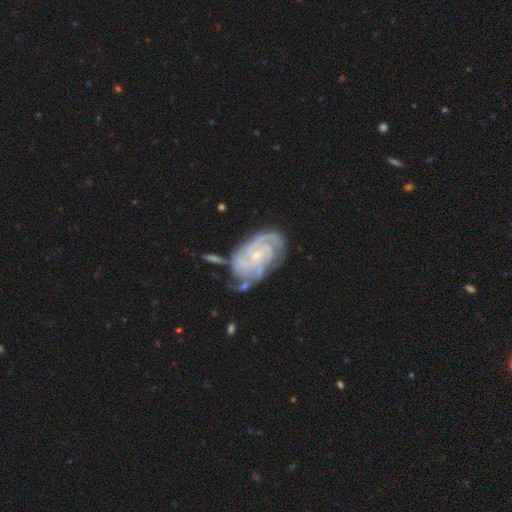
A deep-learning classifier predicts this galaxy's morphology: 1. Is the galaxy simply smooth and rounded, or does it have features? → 88% featured or disk, 7% smooth, 5% star or artifact.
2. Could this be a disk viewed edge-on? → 97% no, 3% yes.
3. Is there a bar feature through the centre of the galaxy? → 70% no, 24% weak, 6% strong.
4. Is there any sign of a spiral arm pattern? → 97% yes, 3% no.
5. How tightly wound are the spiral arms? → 72% tight, 24% medium, 4% loose.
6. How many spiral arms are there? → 28% 3, 23% 2, 21% can't tell, 17% 4, 6% more than 4, 6% 1.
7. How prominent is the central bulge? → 79% small, 16% moderate, 3% none, 1% large, 1% dominant.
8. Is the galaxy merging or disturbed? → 52% none, 25% minor disturbance, 12% major disturbance, 11% merger.